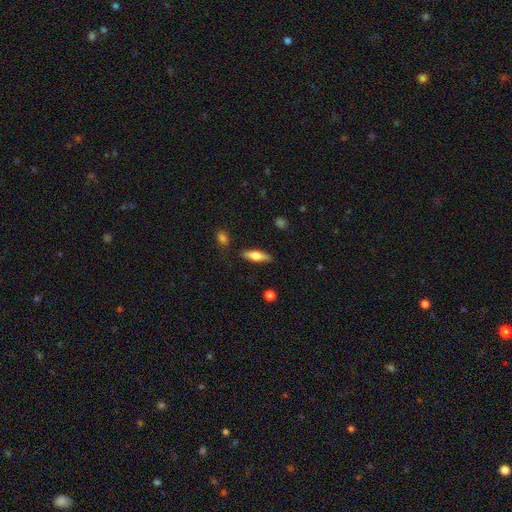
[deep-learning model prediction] Q: Smooth or featured?
A: smooth (64%); runner-up: featured or disk (30%)
Q: How rounded?
A: cigar-shaped (54%); runner-up: in between (44%)
Q: Merging?
A: none (85%); runner-up: minor disturbance (10%)